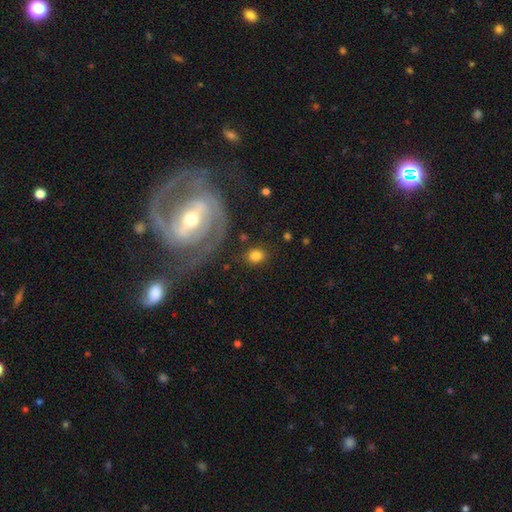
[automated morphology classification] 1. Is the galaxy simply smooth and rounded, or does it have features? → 77% smooth, 14% featured or disk, 9% star or artifact.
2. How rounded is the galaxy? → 60% round, 39% in between, 2% cigar-shaped.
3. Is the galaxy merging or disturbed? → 81% none, 10% minor disturbance, 5% major disturbance, 4% merger.